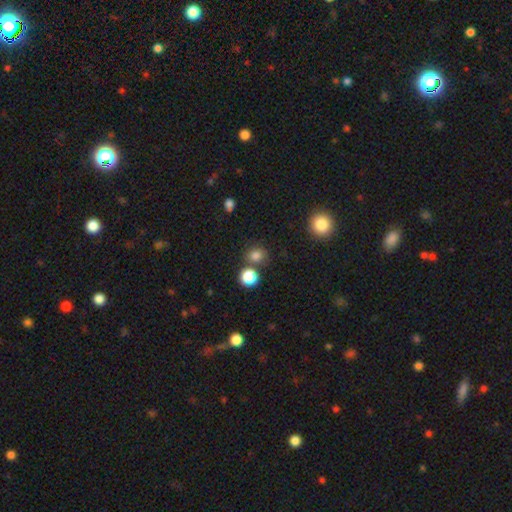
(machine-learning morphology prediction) Q: Smooth or featured?
A: smooth (79%); runner-up: star or artifact (15%)
Q: How rounded?
A: round (76%); runner-up: in between (23%)
Q: Merging?
A: none (70%); runner-up: merger (15%)